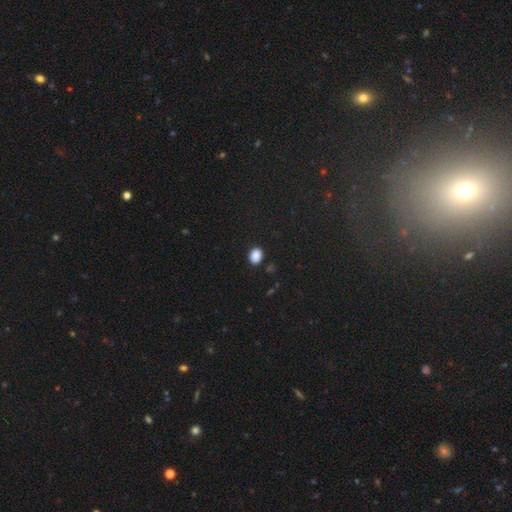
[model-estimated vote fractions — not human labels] Q: Smooth or featured?
A: smooth (87%); runner-up: star or artifact (10%)
Q: How rounded?
A: in between (63%); runner-up: round (36%)
Q: Merging?
A: none (86%); runner-up: minor disturbance (10%)